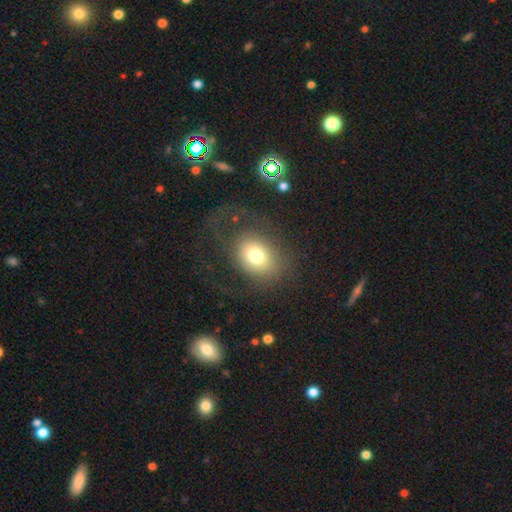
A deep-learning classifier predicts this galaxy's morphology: The model was most divided on "how rounded": in between: 53%, round: 46%, cigar-shaped: 1%. More confident: smooth or featured — smooth (65%); merging — none (55%).